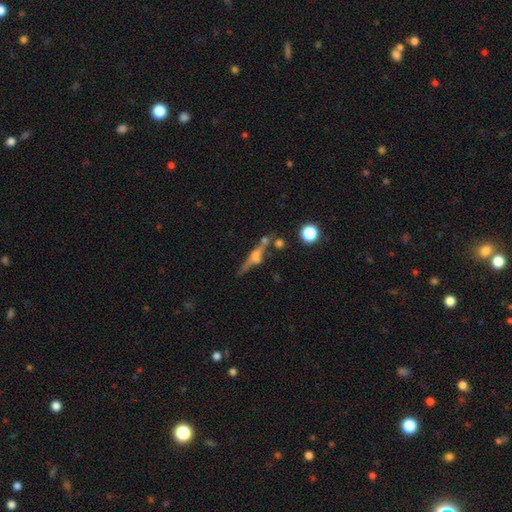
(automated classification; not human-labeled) Morphology: type=featured or disk (66%); edge-on=yes (91%); edge-on bulge=rounded (77%); merging=none (63%).